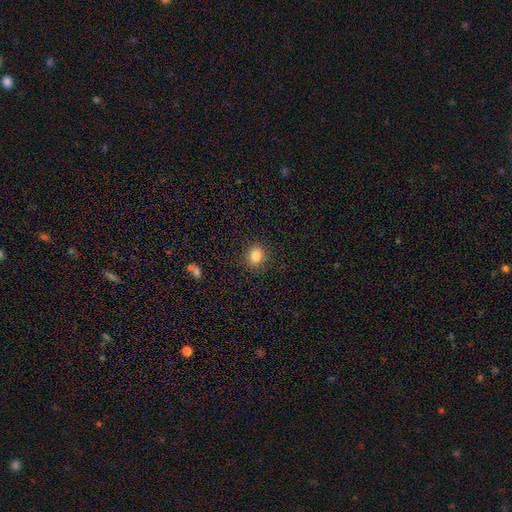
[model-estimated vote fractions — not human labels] Morphology: type=smooth (84%); roundness=round (65%); merging=none (88%).